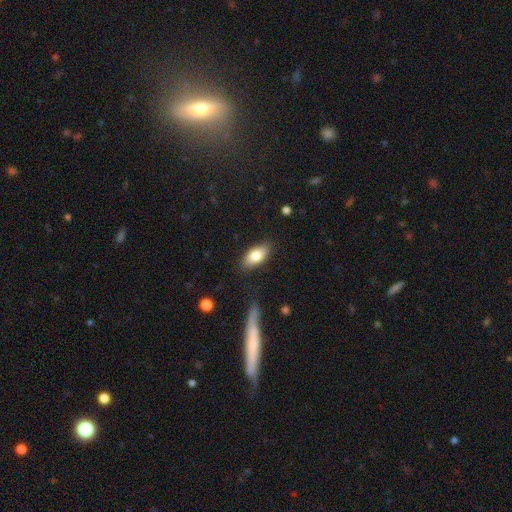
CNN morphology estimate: smooth 80%, featured or disk 13%, star or artifact 7%. Down the decision tree: how rounded — in between (90%); merging — none (84%).